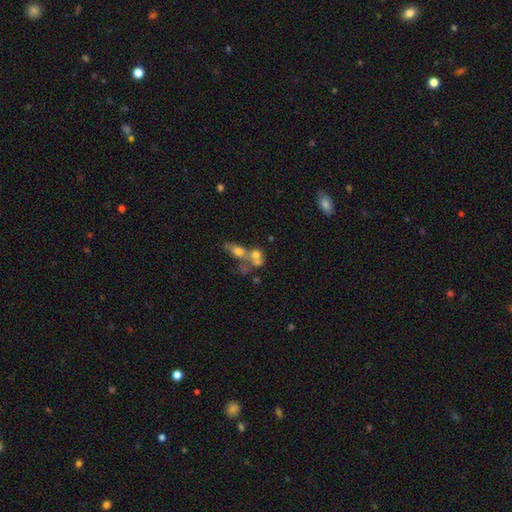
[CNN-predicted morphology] Smooth or featured? smooth (53%)
How rounded? in between (49%)
Merging? merger (60%)